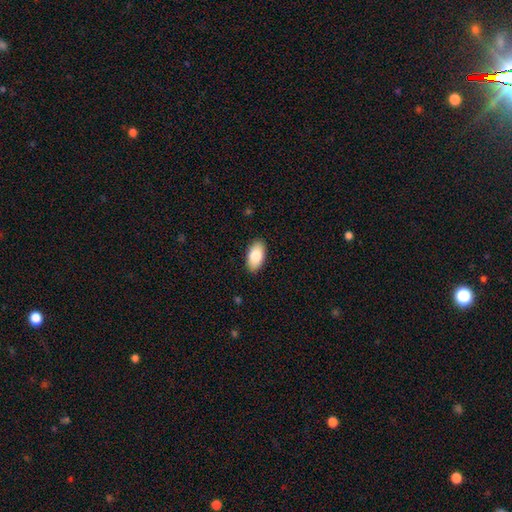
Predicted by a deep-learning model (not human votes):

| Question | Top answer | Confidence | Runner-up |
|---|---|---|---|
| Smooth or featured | smooth | 83% | featured or disk (11%) |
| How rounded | in between | 95% | round (3%) |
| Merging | none | 89% | minor disturbance (8%) |